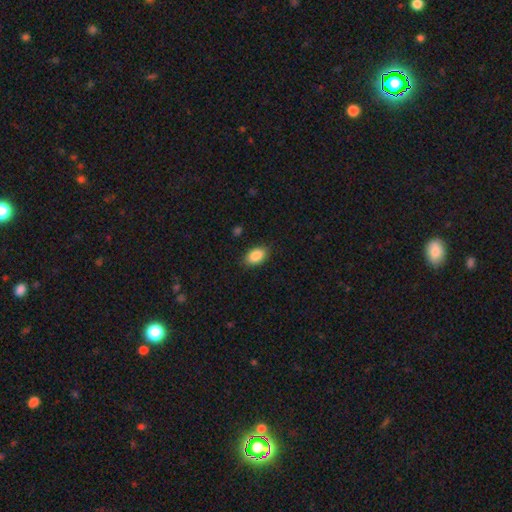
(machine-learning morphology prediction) Overall: smooth (88%). How rounded: in between (90%). Merging: none (86%).